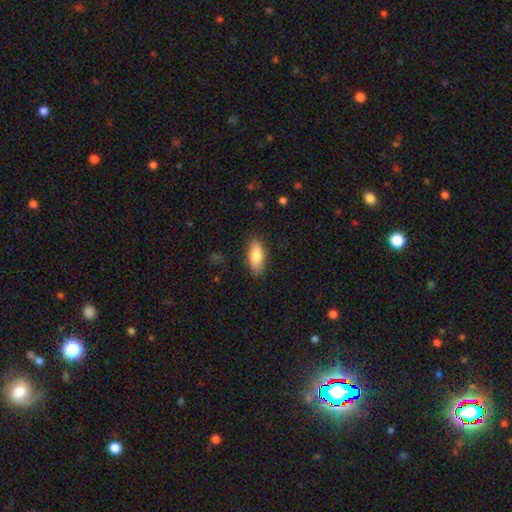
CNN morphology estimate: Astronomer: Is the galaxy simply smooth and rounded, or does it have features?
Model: smooth — 82%.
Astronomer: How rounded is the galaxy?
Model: in between — 81%.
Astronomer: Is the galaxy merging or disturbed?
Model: none — 85%.